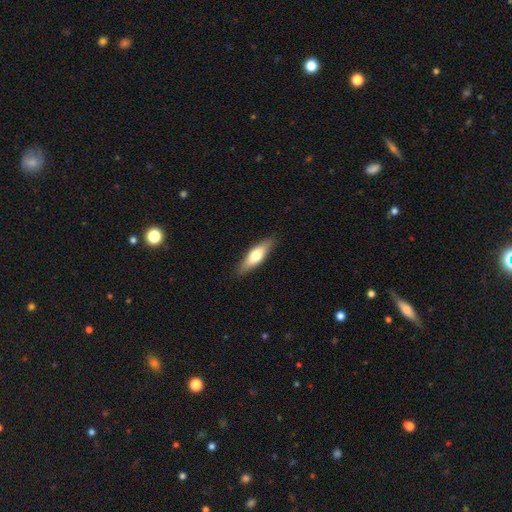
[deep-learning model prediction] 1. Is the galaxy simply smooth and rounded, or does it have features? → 54% smooth, 40% featured or disk, 6% star or artifact.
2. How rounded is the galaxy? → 52% cigar-shaped, 46% in between, 2% round.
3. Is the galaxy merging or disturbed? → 88% none, 9% minor disturbance, 2% major disturbance, 1% merger.